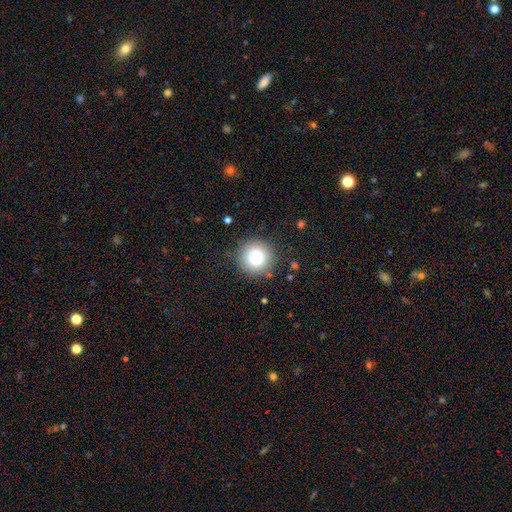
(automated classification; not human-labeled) Morphology: type=smooth (74%); roundness=round (95%); merging=none (87%).